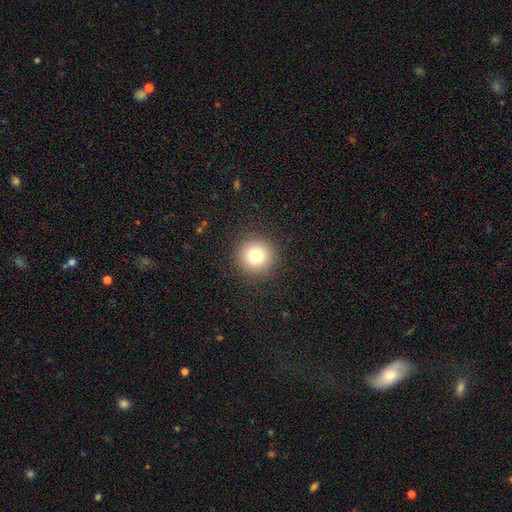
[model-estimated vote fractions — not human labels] Smooth or featured? Predicted: smooth (p=0.79). How rounded? Predicted: round (p=0.94). Merging? Predicted: none (p=0.91).